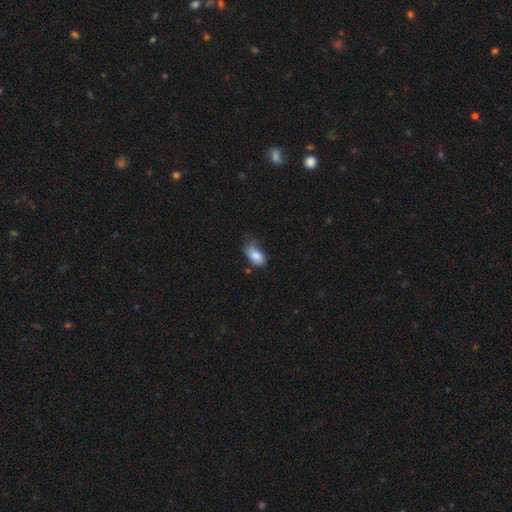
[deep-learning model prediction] The model was most divided on "merging": minor disturbance: 41%, none: 37%, major disturbance: 18%, merger: 4%. More confident: how rounded — in between (91%); smooth or featured — smooth (82%).